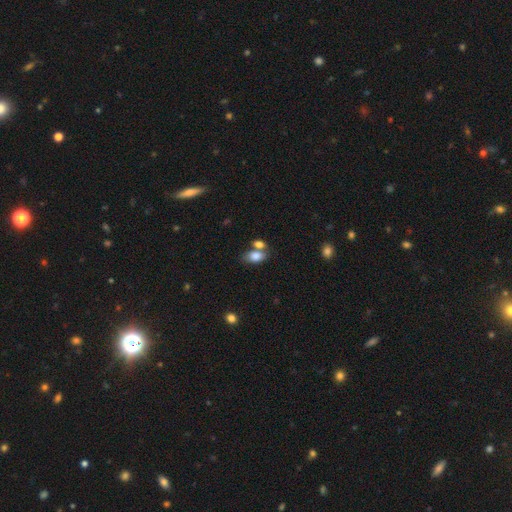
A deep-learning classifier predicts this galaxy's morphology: A smooth galaxy with no disk features (82%) that is in between round and cigar-shaped (88%). Merging: none (45%).